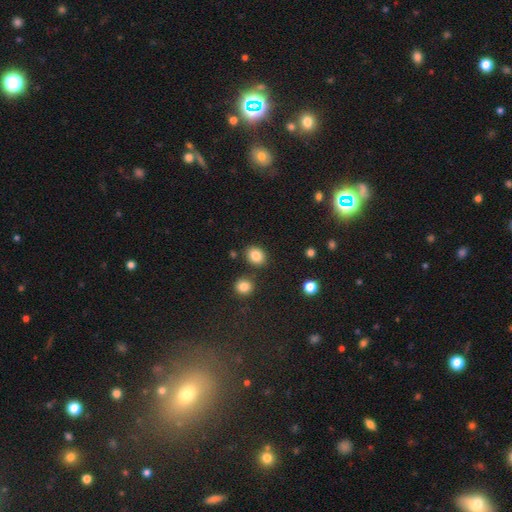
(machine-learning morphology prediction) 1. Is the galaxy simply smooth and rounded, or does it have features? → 86% smooth, 10% star or artifact, 5% featured or disk.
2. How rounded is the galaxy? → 50% in between, 49% round, 1% cigar-shaped.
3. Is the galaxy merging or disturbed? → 82% none, 9% minor disturbance, 6% merger, 3% major disturbance.